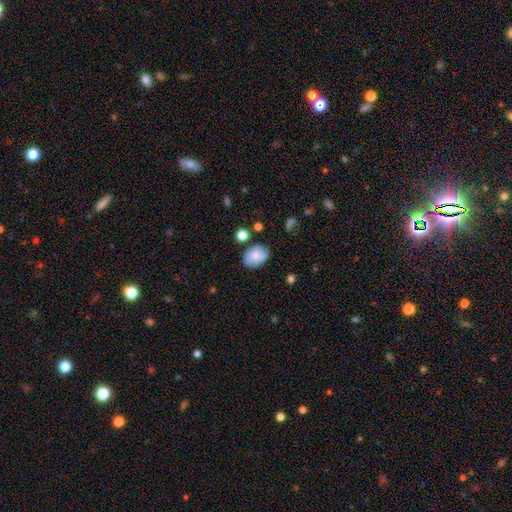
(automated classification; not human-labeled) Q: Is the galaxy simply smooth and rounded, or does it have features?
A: smooth — 69%.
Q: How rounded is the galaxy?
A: in between — 75%.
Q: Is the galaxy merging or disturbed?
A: none — 64%.